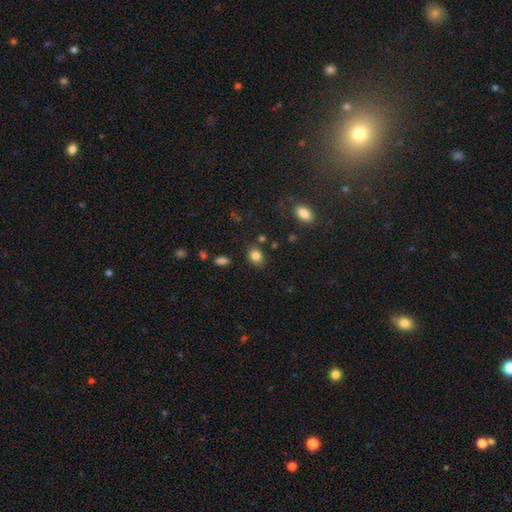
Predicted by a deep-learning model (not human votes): Smooth or featured: smooth — 83% (star or artifact — 11%)
How rounded: in between — 53% (round — 46%)
Merging: none — 79% (minor disturbance — 14%)